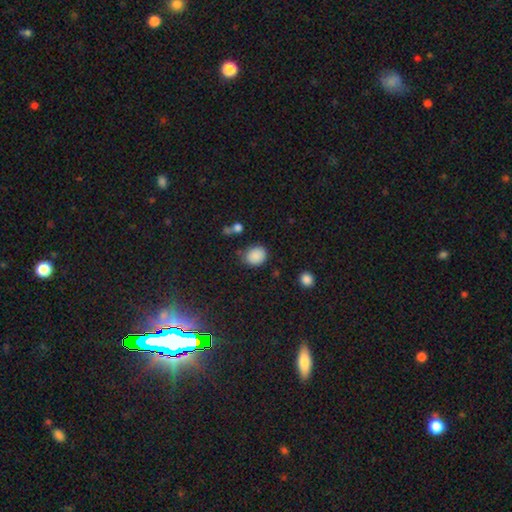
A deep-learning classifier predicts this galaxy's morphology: Smooth or featured? smooth (87%)
How rounded? round (53%)
Merging? none (77%)